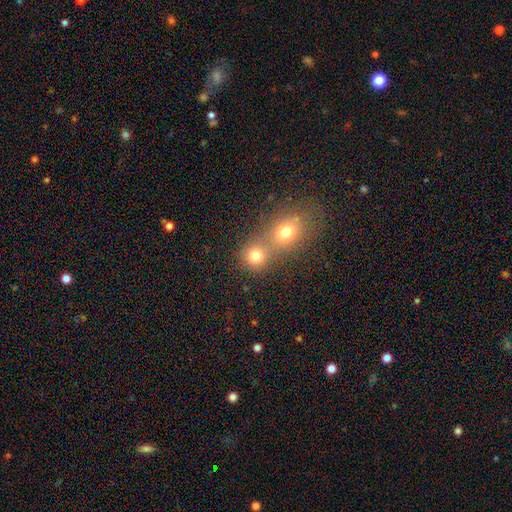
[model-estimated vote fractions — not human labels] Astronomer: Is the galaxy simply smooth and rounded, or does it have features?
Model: smooth — 76%.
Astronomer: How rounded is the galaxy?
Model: round — 81%.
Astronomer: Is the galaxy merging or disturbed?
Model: merger — 48% (runner-up: none, 43%).